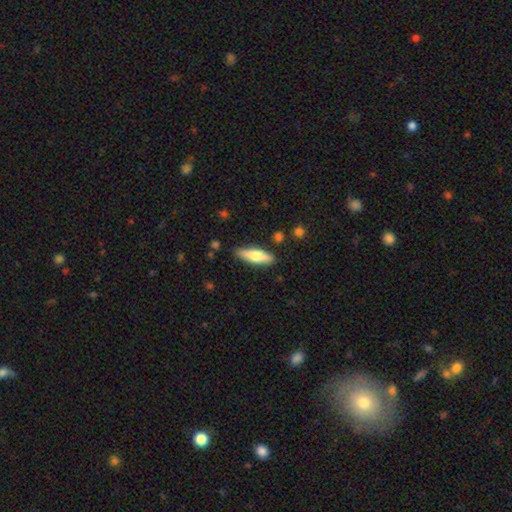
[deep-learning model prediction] A smooth galaxy with no disk features (64%) that is cigar-shaped (53%).

Vote fractions:
- Smooth or featured? smooth: 64% / featured or disk: 31% / star or artifact: 6%
- How rounded? cigar-shaped: 53% / in between: 45% / round: 2%
- Merging? none: 86% / minor disturbance: 10% / major disturbance: 2% / merger: 2%